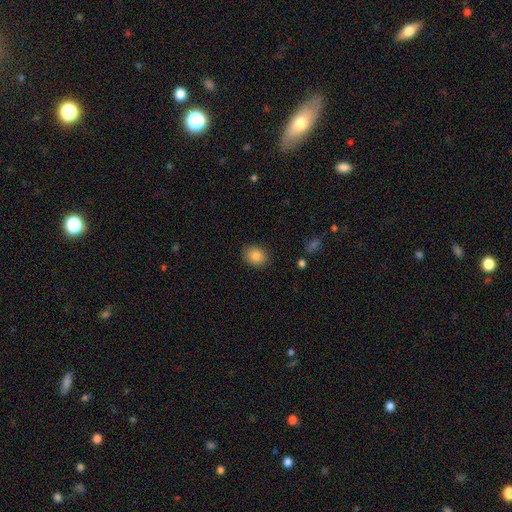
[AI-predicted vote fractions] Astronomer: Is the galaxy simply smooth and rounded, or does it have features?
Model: smooth — 85%.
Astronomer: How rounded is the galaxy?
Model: in between — 52% (runner-up: round, 47%).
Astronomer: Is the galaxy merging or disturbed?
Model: none — 87%.